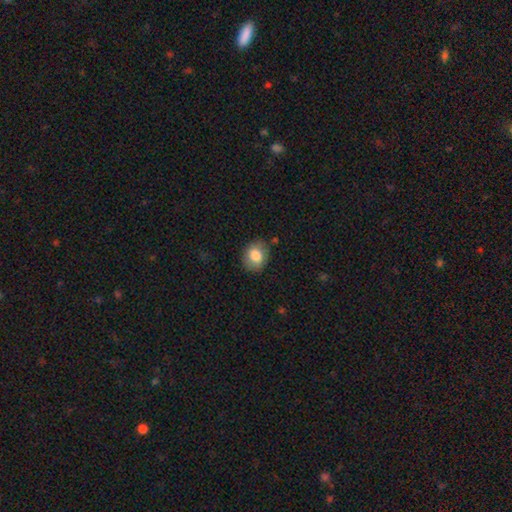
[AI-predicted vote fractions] Overall: smooth (82%). How rounded: round (51%; in between 48%). Merging: none (81%).